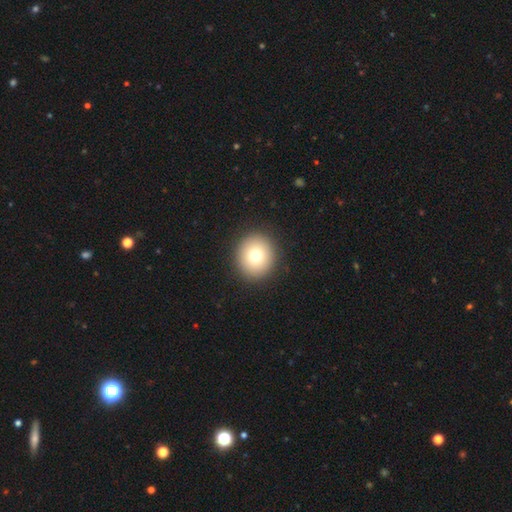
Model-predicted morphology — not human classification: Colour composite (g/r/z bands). It shows a smooth galaxy with no disk features (78%) that is round (89%). Merging: none (92%).